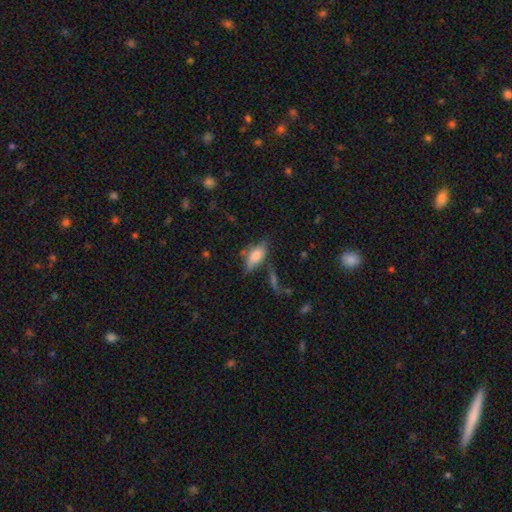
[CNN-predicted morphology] This is likely a smooth galaxy (69%). How rounded: likely in between (80%). Merging: possibly none (55%).